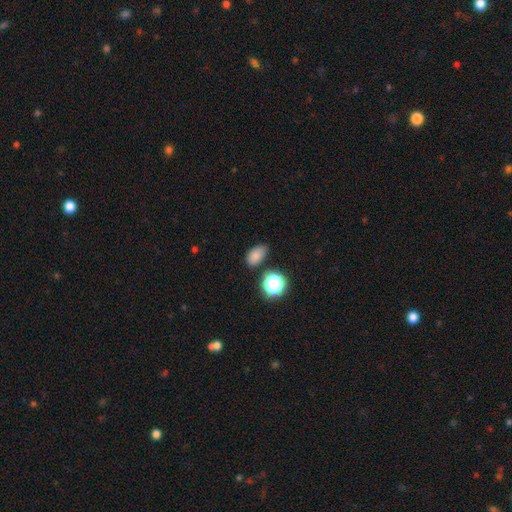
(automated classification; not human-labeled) Smooth or featured? smooth (79%)
How rounded? in between (84%)
Merging? none (76%)